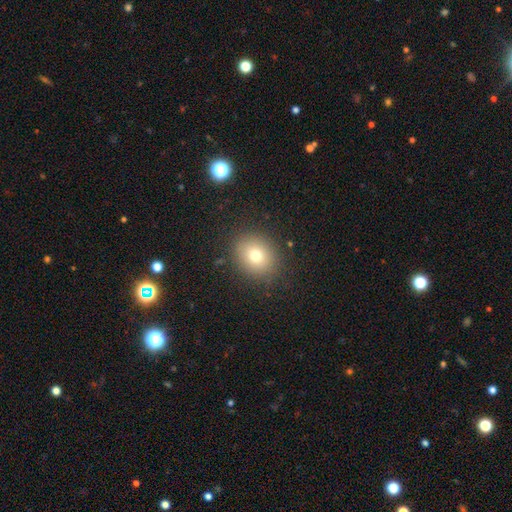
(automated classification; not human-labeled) Overall: smooth (74%). How rounded: round (68%; in between 31%). Merging: none (86%).